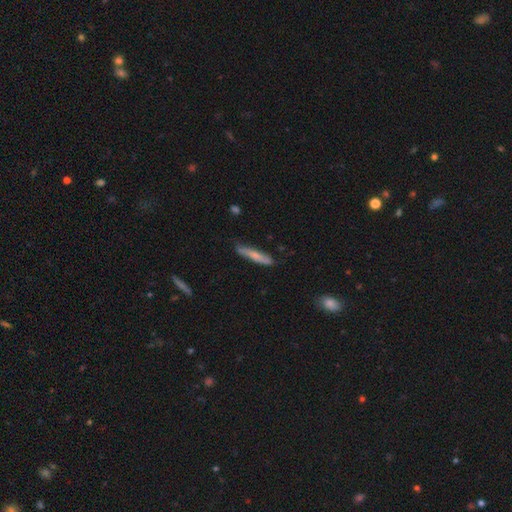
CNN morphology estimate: The model was most divided on "smooth or featured": smooth: 66%, featured or disk: 28%, star or artifact: 6%. More confident: how rounded — cigar-shaped (90%); merging — none (76%).